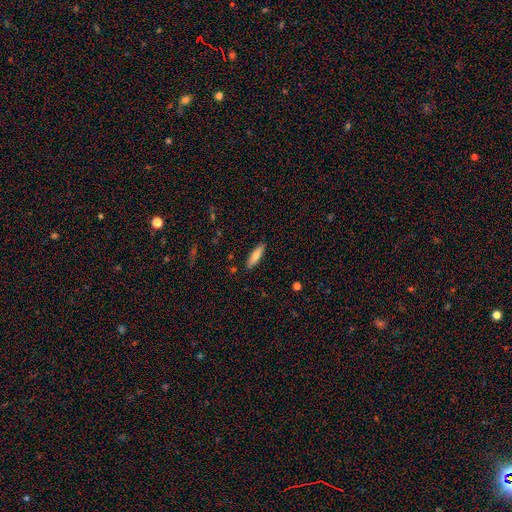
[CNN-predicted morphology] type=smooth (76%); roundness=cigar-shaped (54%); merging=none (87%).